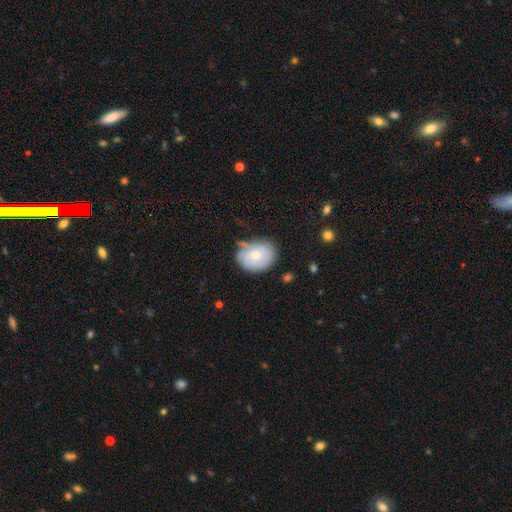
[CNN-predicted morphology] The model was most divided on "how rounded": in between: 57%, round: 43%, cigar-shaped: 1%. More confident: smooth or featured — smooth (61%); merging — none (57%).